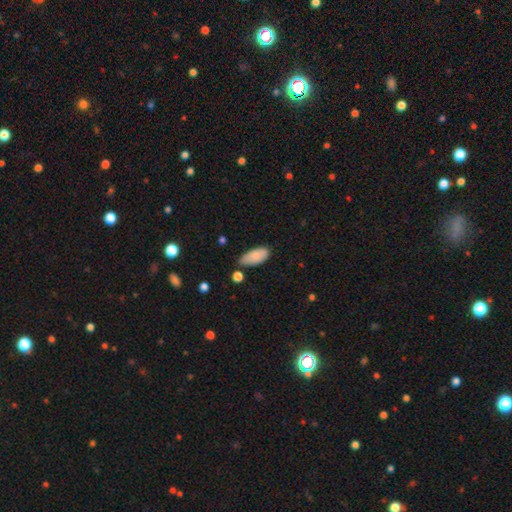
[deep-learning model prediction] The model was most divided on "merging": none: 53%, minor disturbance: 35%, major disturbance: 7%, merger: 6%. More confident: how rounded — in between (90%); smooth or featured — smooth (81%).